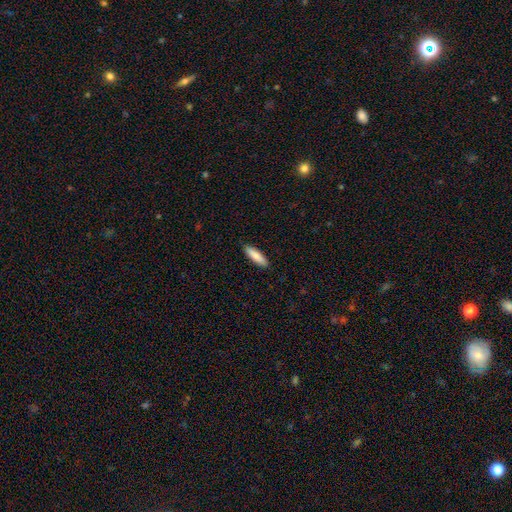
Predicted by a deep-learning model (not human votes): smooth_or_featured: smooth (p=0.82) [alt: featured or disk p=0.13]
how_rounded: cigar-shaped (p=0.66) [alt: in between p=0.33]
merging: none (p=0.90) [alt: minor disturbance p=0.08]